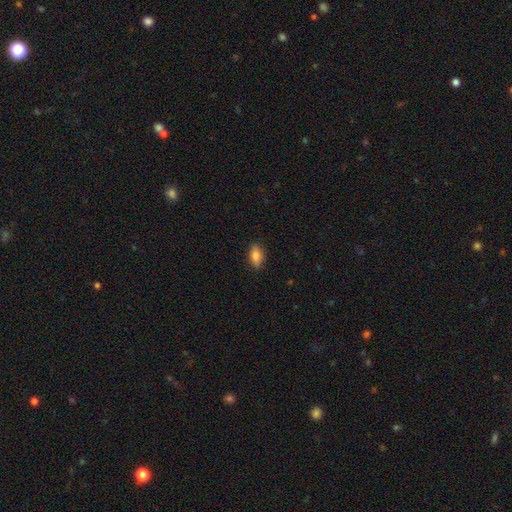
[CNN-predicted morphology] smooth-or-featured: smooth: 77% | featured or disk: 16% | star or artifact: 8%
  how-rounded: in between: 85% | cigar-shaped: 10% | round: 6%
  merging: none: 85% | minor disturbance: 12% | major disturbance: 2% | merger: 1%